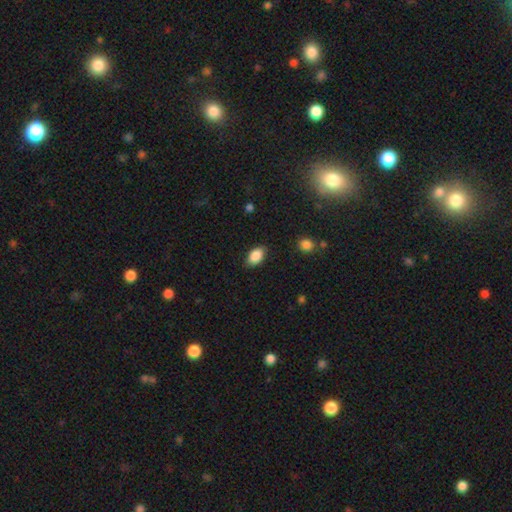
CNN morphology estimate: Overall: smooth (88%). How rounded: in between (91%). Merging: none (84%).